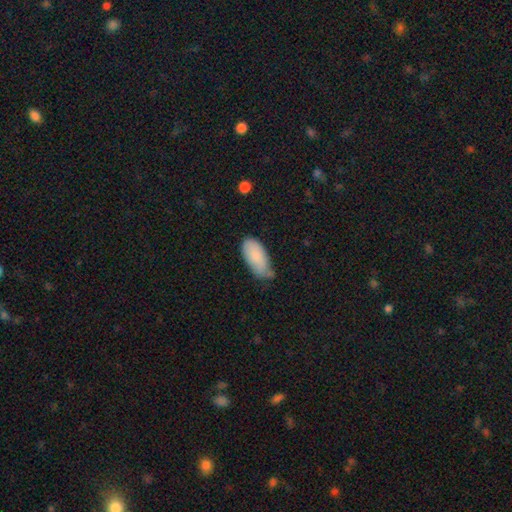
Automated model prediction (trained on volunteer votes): smooth 86%, featured or disk 8%, star or artifact 6%. Down the decision tree: how rounded — in between (92%); merging — none (48%).